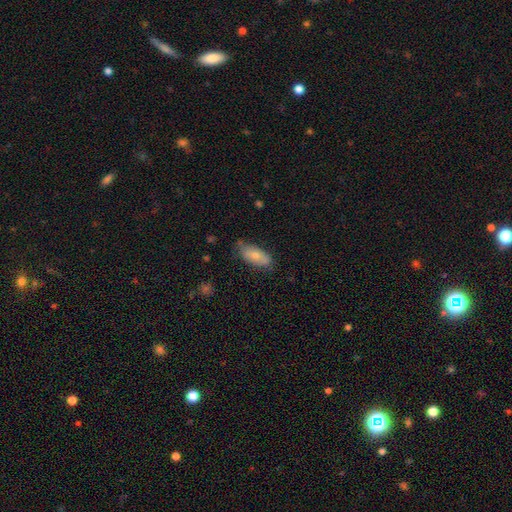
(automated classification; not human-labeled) The model was most divided on "merging": none: 67%, minor disturbance: 26%, major disturbance: 5%, merger: 2%. More confident: how rounded — in between (86%); smooth or featured — smooth (73%).